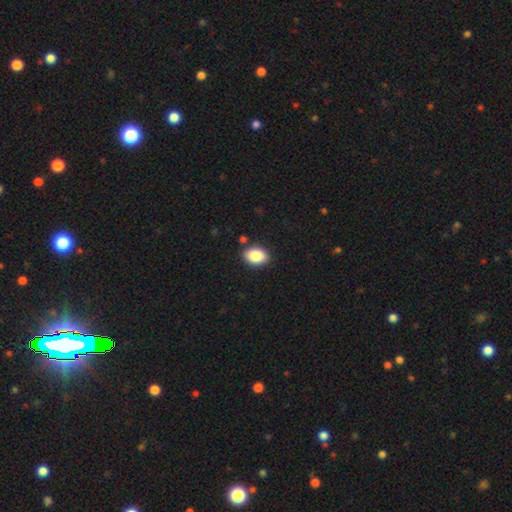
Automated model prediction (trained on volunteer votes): smooth_or_featured: smooth (p=0.86) [alt: star or artifact p=0.08]
how_rounded: in between (p=0.81) [alt: round p=0.18]
merging: none (p=0.86) [alt: minor disturbance p=0.10]